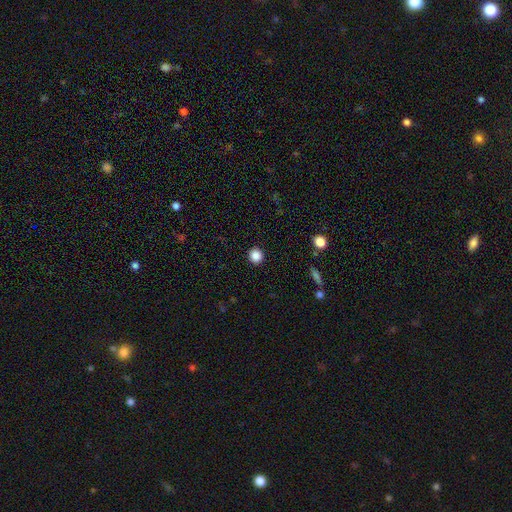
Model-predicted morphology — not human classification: type=smooth (86%); roundness=round (90%); merging=none (92%).